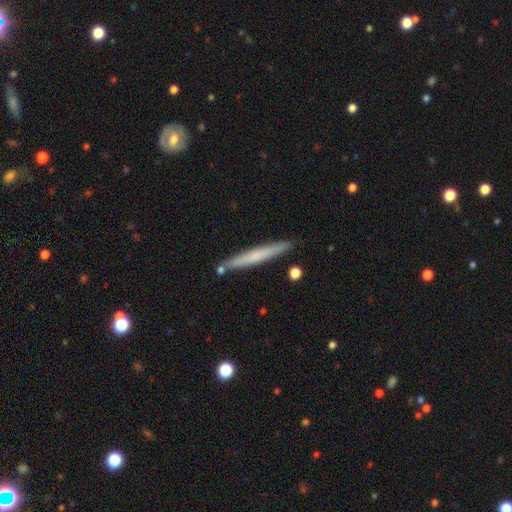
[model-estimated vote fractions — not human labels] Q: Smooth or featured?
A: smooth (57%); runner-up: featured or disk (37%)
Q: How rounded?
A: cigar-shaped (96%); runner-up: in between (2%)
Q: Merging?
A: none (87%); runner-up: minor disturbance (8%)